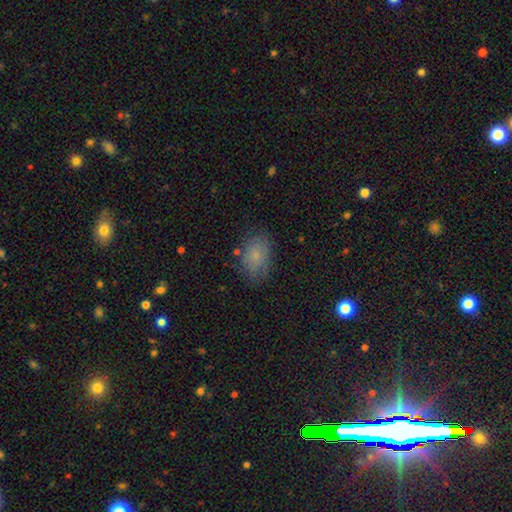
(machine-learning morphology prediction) Q: Smooth or featured?
A: smooth (78%); runner-up: featured or disk (12%)
Q: How rounded?
A: in between (82%); runner-up: round (17%)
Q: Merging?
A: none (74%); runner-up: minor disturbance (19%)